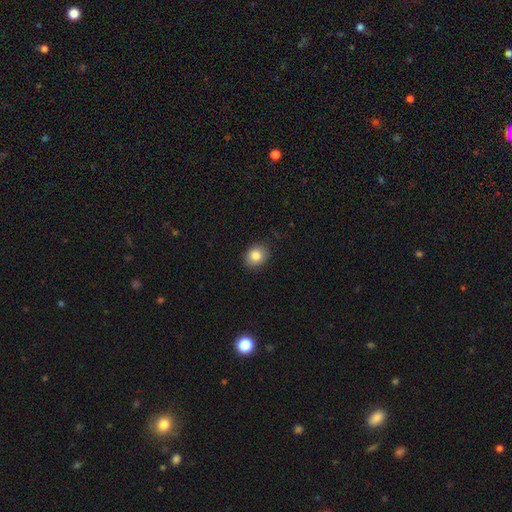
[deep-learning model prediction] Q: Smooth or featured?
A: smooth (83%); runner-up: star or artifact (9%)
Q: How rounded?
A: round (60%); runner-up: in between (39%)
Q: Merging?
A: none (86%); runner-up: minor disturbance (10%)